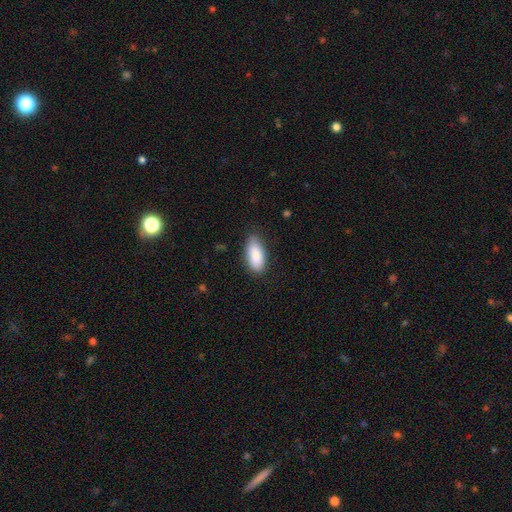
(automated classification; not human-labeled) A smooth galaxy with no disk features (88%) that is in between round and cigar-shaped (87%).

Vote fractions:
- Smooth or featured? smooth: 88% / featured or disk: 6% / star or artifact: 6%
- How rounded? in between: 87% / cigar-shaped: 11% / round: 2%
- Merging? none: 81% / minor disturbance: 15% / major disturbance: 3% / merger: 1%